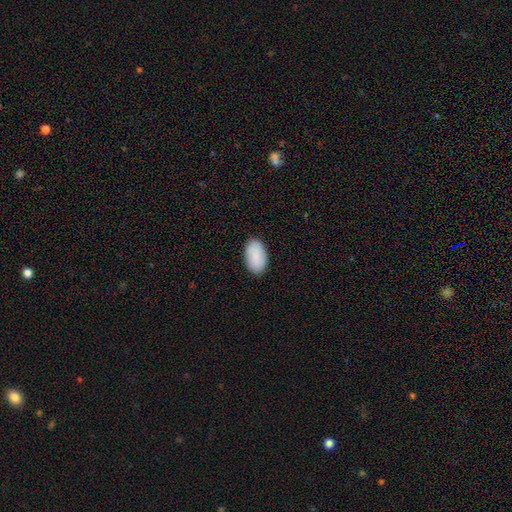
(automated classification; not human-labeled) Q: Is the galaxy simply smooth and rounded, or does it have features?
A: smooth — 89%.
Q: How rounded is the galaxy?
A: in between — 94%.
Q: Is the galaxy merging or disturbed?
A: none — 88%.